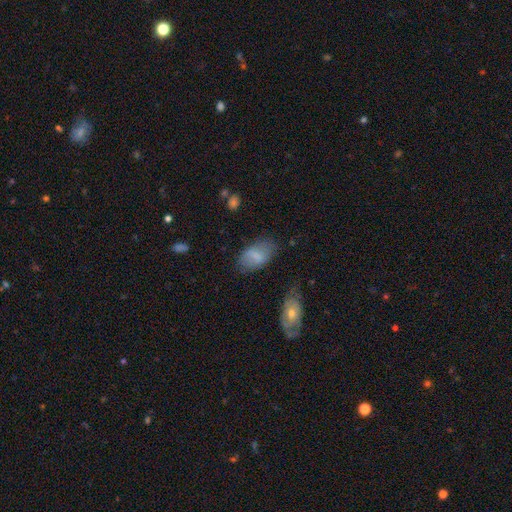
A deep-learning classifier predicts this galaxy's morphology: Overall: smooth (69%). How rounded: in between (92%). Merging: none (64%; minor disturbance 24%).